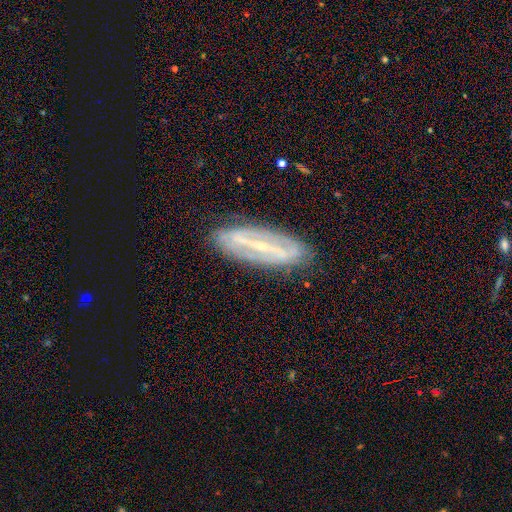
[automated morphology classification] type=featured or disk (69%); edge-on=no (68%); merging=none (85%).